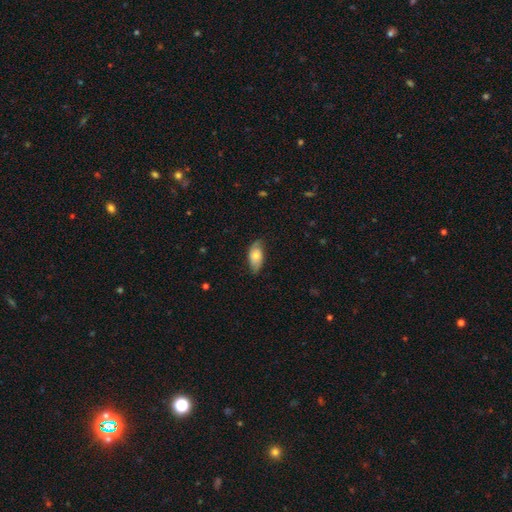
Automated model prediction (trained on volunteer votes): A smooth galaxy with no disk features (56%) that is in between round and cigar-shaped (90%).

Vote fractions:
- Smooth or featured? smooth: 56% / featured or disk: 37% / star or artifact: 7%
- How rounded? in between: 90% / cigar-shaped: 5% / round: 4%
- Merging? none: 66% / minor disturbance: 27% / major disturbance: 6% / merger: 1%